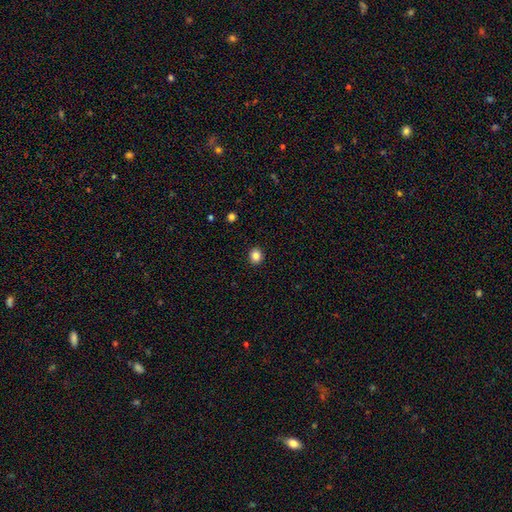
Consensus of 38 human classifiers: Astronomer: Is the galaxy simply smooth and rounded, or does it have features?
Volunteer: smooth — 87%.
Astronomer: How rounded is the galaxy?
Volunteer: round — 82%.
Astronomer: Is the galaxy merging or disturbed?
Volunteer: none — 91%.